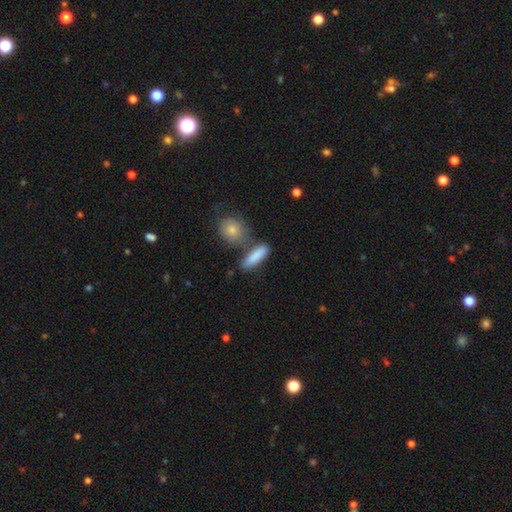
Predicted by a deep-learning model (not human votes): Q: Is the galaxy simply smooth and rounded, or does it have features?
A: smooth — 85%.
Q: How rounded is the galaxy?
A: cigar-shaped — 57%.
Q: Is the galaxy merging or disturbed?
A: none — 63%.